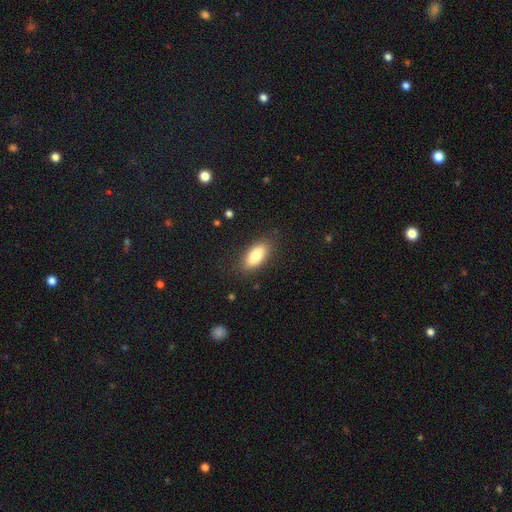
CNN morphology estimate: smooth-or-featured: smooth: 83% | featured or disk: 11% | star or artifact: 7%
  how-rounded: in between: 86% | cigar-shaped: 12% | round: 2%
  merging: none: 84% | minor disturbance: 11% | major disturbance: 3% | merger: 1%